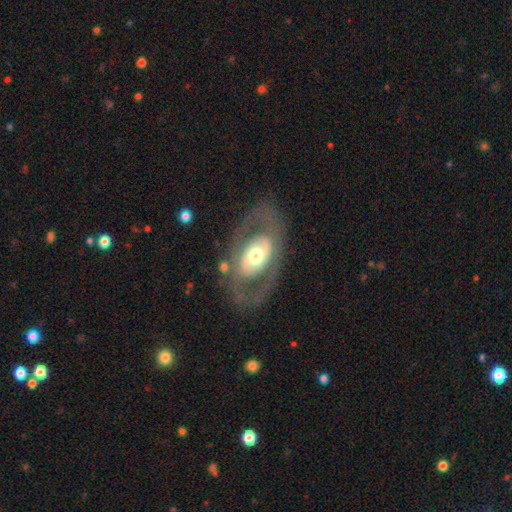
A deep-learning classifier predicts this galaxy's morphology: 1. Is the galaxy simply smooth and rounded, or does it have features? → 63% featured or disk, 31% smooth, 6% star or artifact.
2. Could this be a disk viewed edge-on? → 90% no, 10% yes.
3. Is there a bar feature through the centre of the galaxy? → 75% no, 16% weak, 9% strong.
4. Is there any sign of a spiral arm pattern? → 77% no, 23% yes.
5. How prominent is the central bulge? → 57% moderate, 31% large, 7% small, 4% dominant, 1% none.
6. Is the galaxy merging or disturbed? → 74% none, 12% minor disturbance, 11% major disturbance, 2% merger.